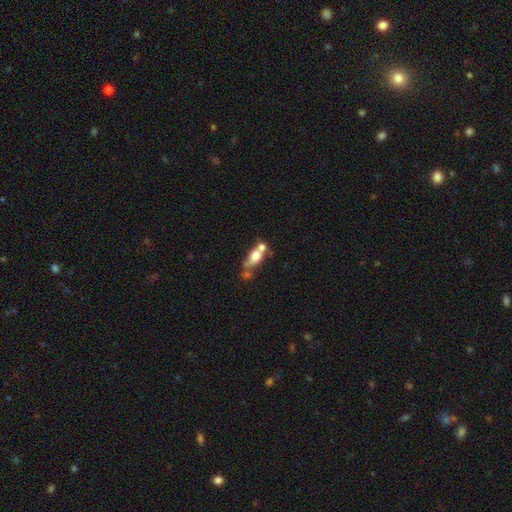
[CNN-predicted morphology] type=smooth (60%); roundness=in between (67%); merging=merger (50%).